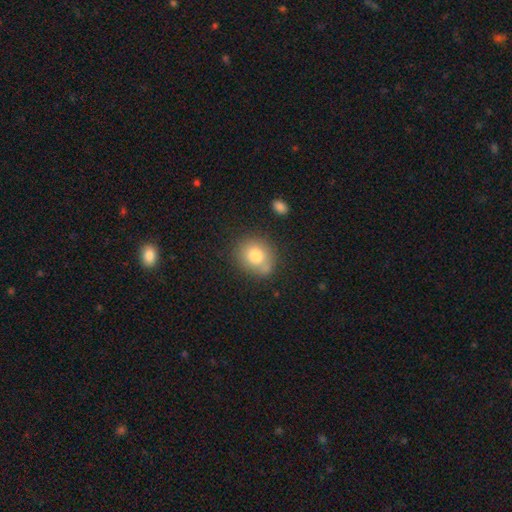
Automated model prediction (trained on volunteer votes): Morphology: type=smooth (79%); roundness=round (71%); merging=none (69%).